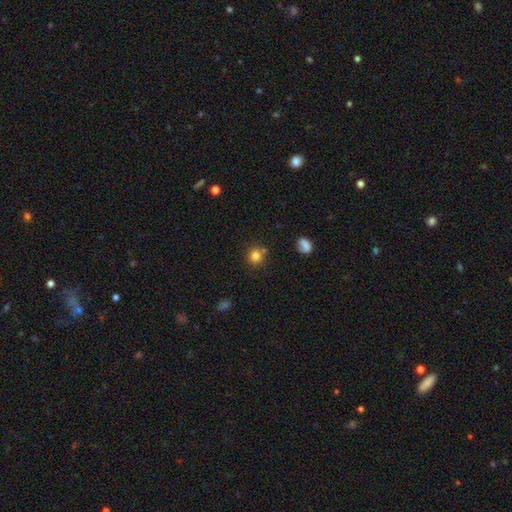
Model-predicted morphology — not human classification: Q: Smooth or featured?
A: smooth (81%); runner-up: star or artifact (13%)
Q: How rounded?
A: round (90%); runner-up: in between (9%)
Q: Merging?
A: none (74%); runner-up: merger (13%)